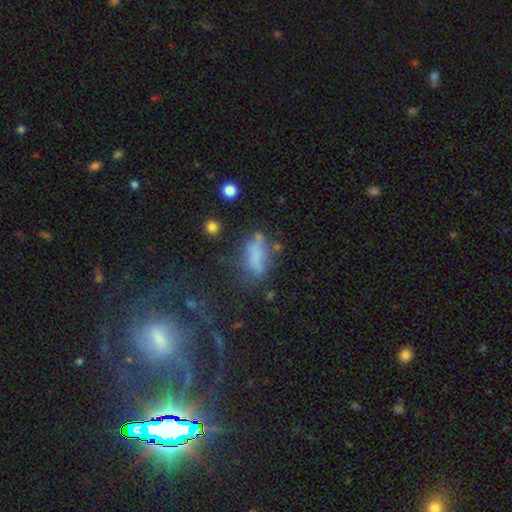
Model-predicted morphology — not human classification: A smooth galaxy with no disk features (65%) that is in between round and cigar-shaped (67%). Merging: none (49%).